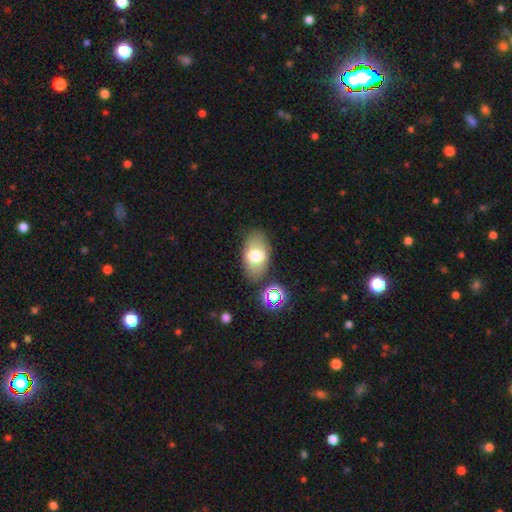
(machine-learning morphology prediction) Smooth or featured: smooth — 70% (featured or disk — 21%)
How rounded: in between — 90% (round — 8%)
Merging: none — 80% (minor disturbance — 11%)